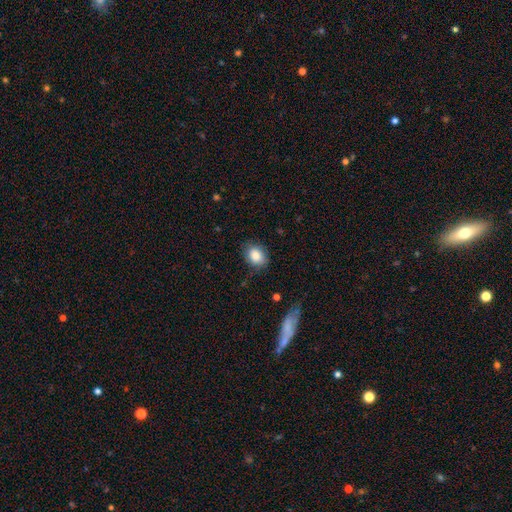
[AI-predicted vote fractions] A smooth galaxy with no disk features (85%) that is in between round and cigar-shaped (61%).

Vote fractions:
- Smooth or featured? smooth: 85% / star or artifact: 8% / featured or disk: 7%
- How rounded? in between: 61% / round: 38% / cigar-shaped: 1%
- Merging? none: 77% / minor disturbance: 17% / major disturbance: 4% / merger: 1%